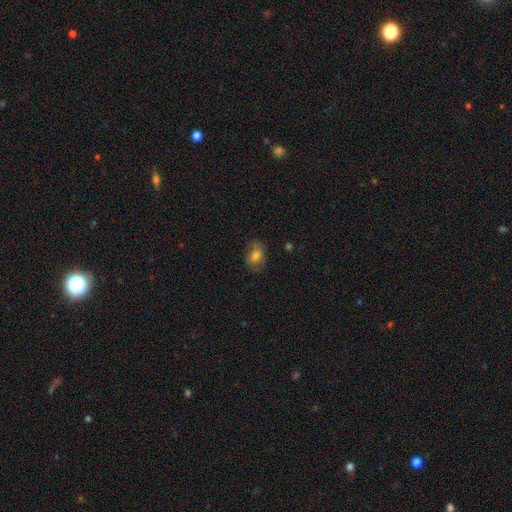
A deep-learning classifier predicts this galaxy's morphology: The model was most divided on "how rounded": in between: 60%, round: 39%, cigar-shaped: 1%. More confident: smooth or featured — smooth (72%); merging — none (65%).